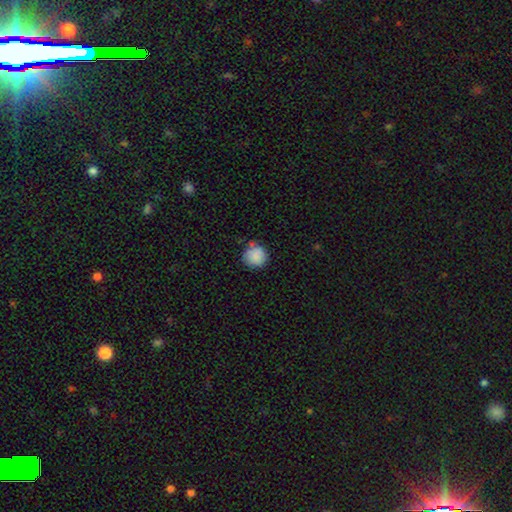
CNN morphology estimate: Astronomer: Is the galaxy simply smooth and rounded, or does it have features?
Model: smooth — 85%.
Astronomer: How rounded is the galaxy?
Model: round — 90%.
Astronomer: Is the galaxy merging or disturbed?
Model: none — 70%.